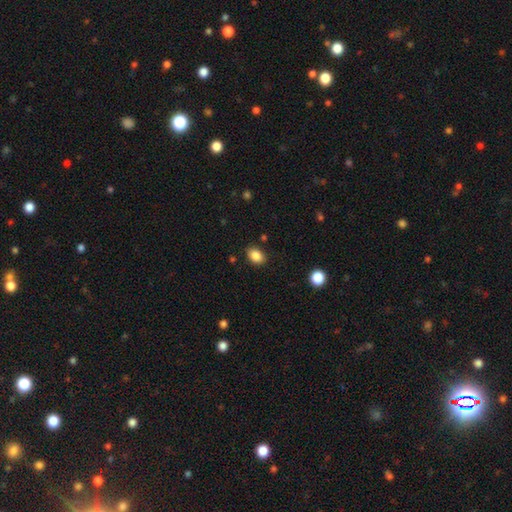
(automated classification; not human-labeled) Q: Smooth or featured?
A: smooth (86%); runner-up: star or artifact (9%)
Q: How rounded?
A: in between (77%); runner-up: round (22%)
Q: Merging?
A: none (86%); runner-up: minor disturbance (10%)